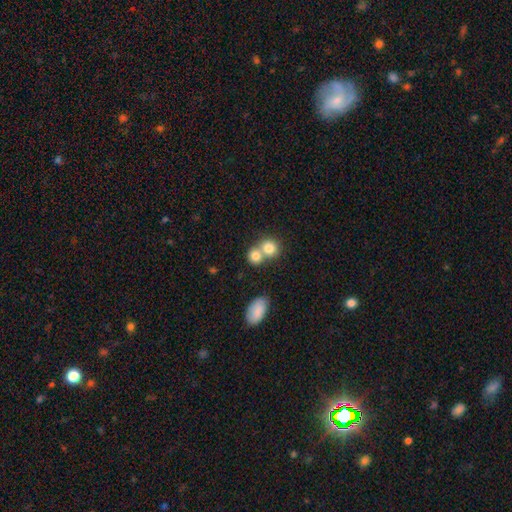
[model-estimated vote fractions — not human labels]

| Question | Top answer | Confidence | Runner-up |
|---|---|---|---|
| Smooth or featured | smooth | 80% | featured or disk (11%) |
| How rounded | round | 77% | in between (22%) |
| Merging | merger | 55% | none (36%) |